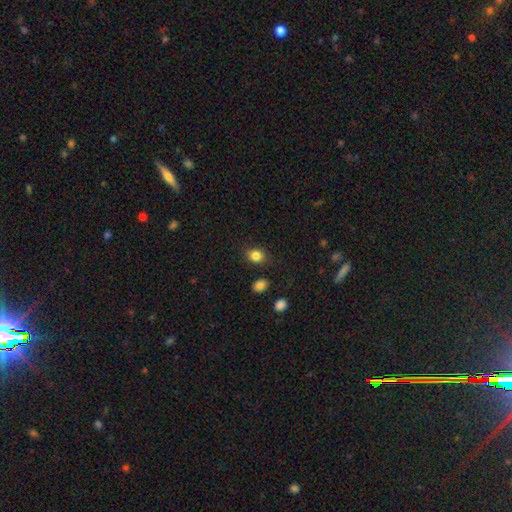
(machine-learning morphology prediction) Smooth or featured?
  - smooth: 84% *
  - star or artifact: 11%
  - featured or disk: 5%
How rounded?
  - round: 57% *
  - in between: 42%
  - cigar-shaped: 1%
Merging?
  - none: 84% *
  - minor disturbance: 10%
  - major disturbance: 3%
  - merger: 3%